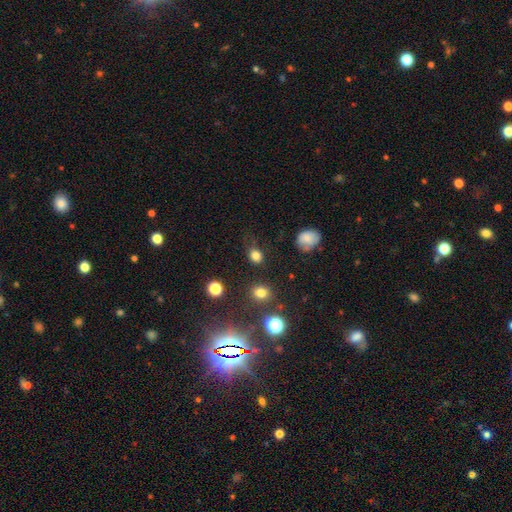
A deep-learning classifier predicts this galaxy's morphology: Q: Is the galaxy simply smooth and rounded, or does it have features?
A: smooth — 80%.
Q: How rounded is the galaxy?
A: round — 58%.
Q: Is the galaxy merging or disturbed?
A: none — 68%.